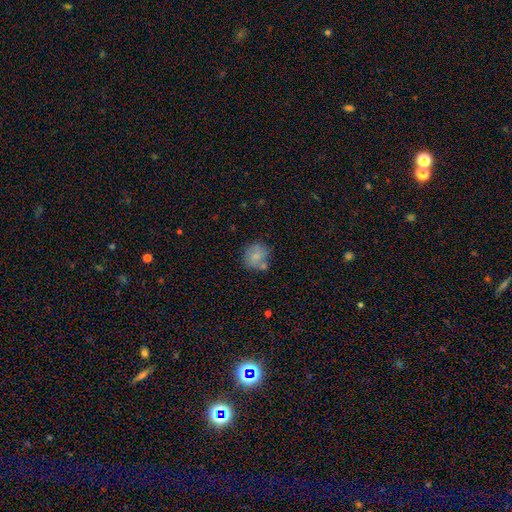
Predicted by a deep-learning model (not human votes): Smooth or featured: smooth — 72% (featured or disk — 20%)
How rounded: round — 82% (in between — 17%)
Merging: none — 58% (minor disturbance — 20%)